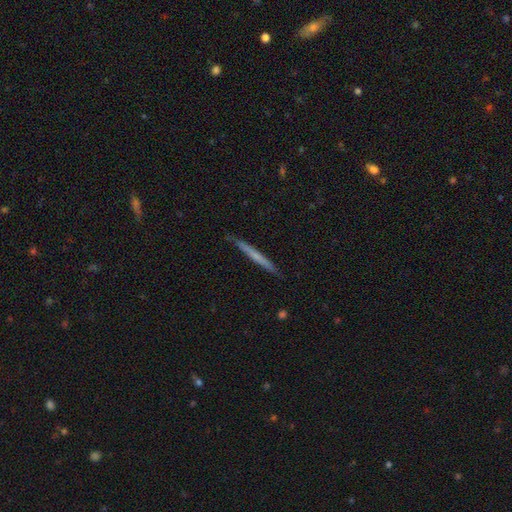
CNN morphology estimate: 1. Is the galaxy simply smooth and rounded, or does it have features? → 49% smooth, 45% featured or disk, 6% star or artifact.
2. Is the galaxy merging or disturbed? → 88% none, 9% minor disturbance, 1% major disturbance, 1% merger.